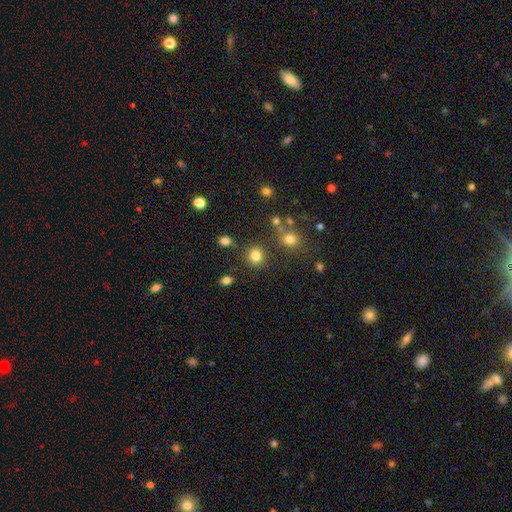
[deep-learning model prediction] smooth-or-featured: smooth: 81% | star or artifact: 14% | featured or disk: 6%
  how-rounded: round: 88% | in between: 11% | cigar-shaped: 1%
  merging: none: 83% | minor disturbance: 8% | merger: 6% | major disturbance: 3%